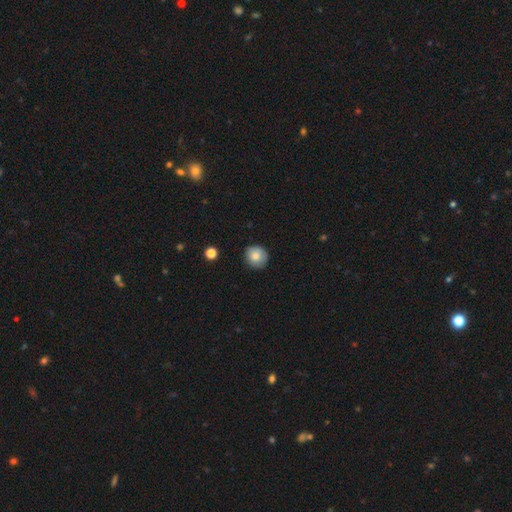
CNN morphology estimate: Overall: smooth (82%). How rounded: round (92%). Merging: none (86%).